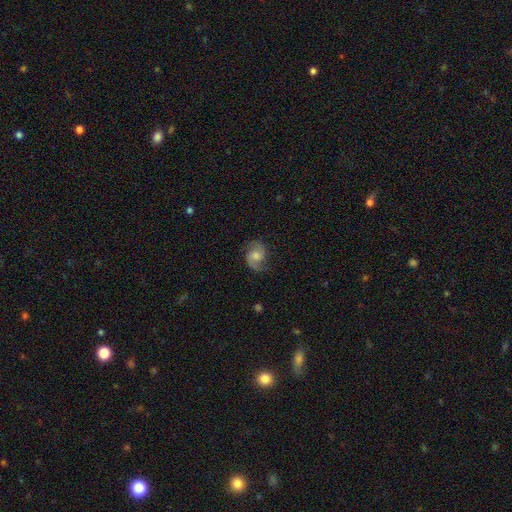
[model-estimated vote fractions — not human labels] Q: Smooth or featured?
A: featured or disk (81%); runner-up: smooth (12%)
Q: Edge-on disk?
A: no (98%); runner-up: yes (2%)
Q: Bar?
A: no (56%); runner-up: weak (38%)
Q: Spiral arms?
A: yes (97%); runner-up: no (3%)
Q: Spiral winding?
A: medium (52%); runner-up: loose (30%)
Q: Spiral arm count?
A: 2 (89%); runner-up: 1 (5%)
Q: Bulge size?
A: moderate (53%); runner-up: small (25%)
Q: Merging?
A: none (77%); runner-up: minor disturbance (16%)